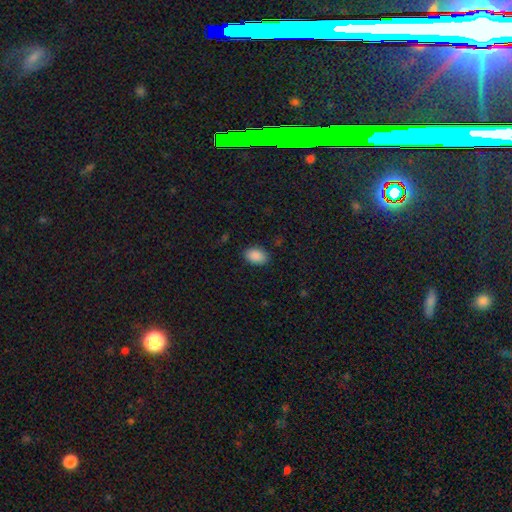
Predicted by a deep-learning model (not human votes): A smooth galaxy with no disk features (89%) that is in between round and cigar-shaped (89%).

Vote fractions:
- Smooth or featured? smooth: 89% / star or artifact: 8% / featured or disk: 3%
- How rounded? in between: 89% / round: 10% / cigar-shaped: 1%
- Merging? none: 86% / minor disturbance: 10% / major disturbance: 3% / merger: 1%